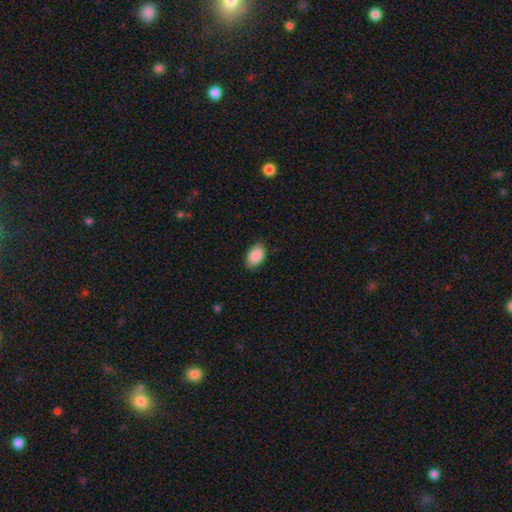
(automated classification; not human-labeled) Smooth or featured: smooth — 89% (star or artifact — 6%)
How rounded: in between — 91% (round — 7%)
Merging: none — 84% (minor disturbance — 13%)